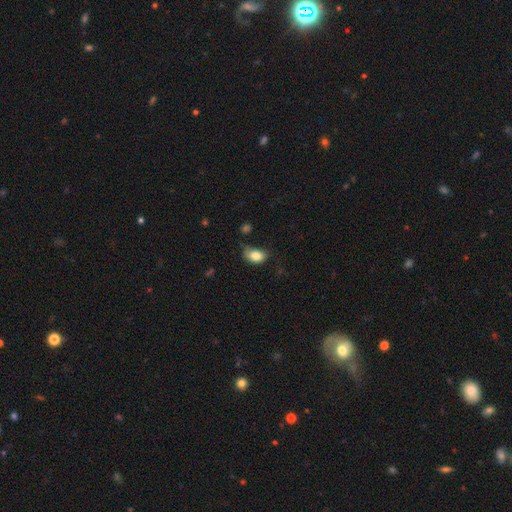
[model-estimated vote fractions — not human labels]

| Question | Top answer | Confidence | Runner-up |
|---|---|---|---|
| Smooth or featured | smooth | 83% | featured or disk (9%) |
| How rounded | in between | 85% | round (14%) |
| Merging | none | 56% | minor disturbance (32%) |